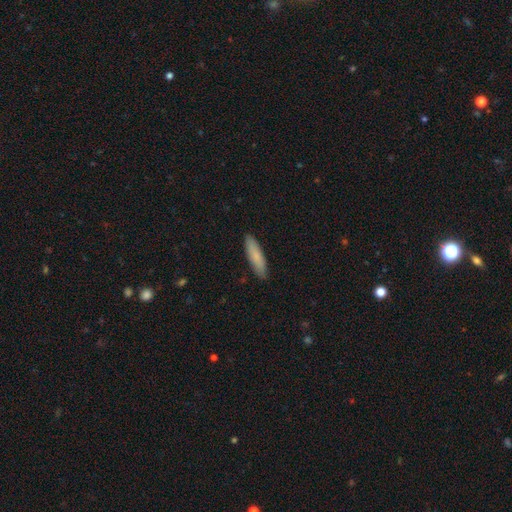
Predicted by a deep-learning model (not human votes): A smooth galaxy with no disk features (83%) that is cigar-shaped (72%). Merging: none (89%).